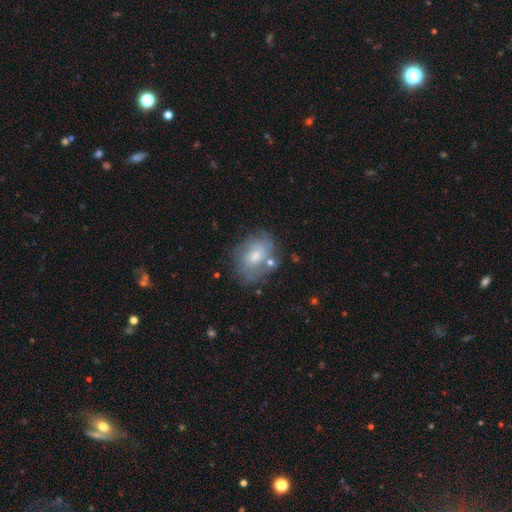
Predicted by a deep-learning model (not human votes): Smooth or featured?
  - featured or disk: 49% *
  - smooth: 42%
  - star or artifact: 9%
Merging?
  - none: 63% *
  - minor disturbance: 21%
  - major disturbance: 10%
  - merger: 6%